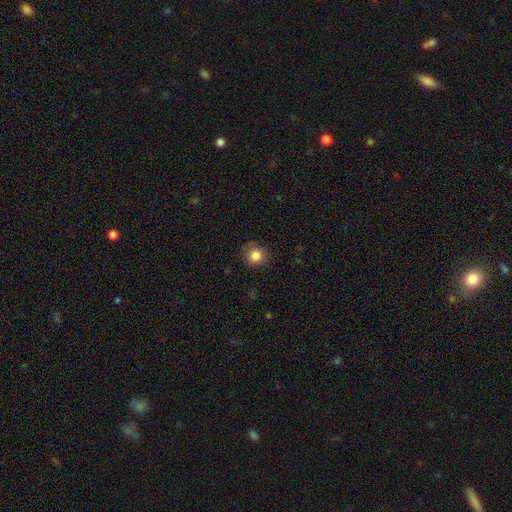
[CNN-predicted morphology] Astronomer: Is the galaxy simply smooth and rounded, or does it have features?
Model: smooth — 84%.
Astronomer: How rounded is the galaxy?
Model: round — 88%.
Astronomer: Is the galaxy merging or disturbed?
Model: none — 81%.